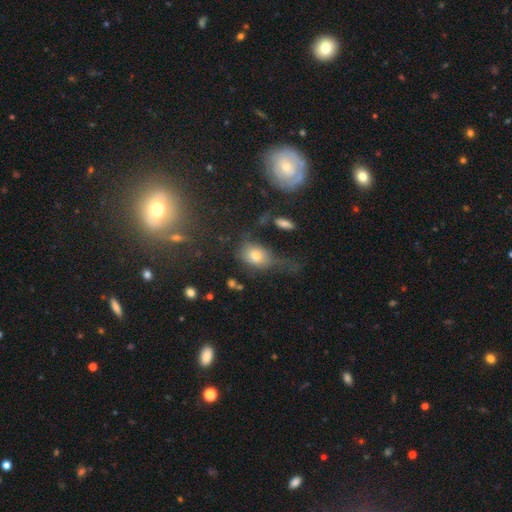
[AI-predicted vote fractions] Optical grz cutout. It shows a smooth galaxy with no disk features (68%) that is in between round and cigar-shaped (66%). Merging: none (37%).